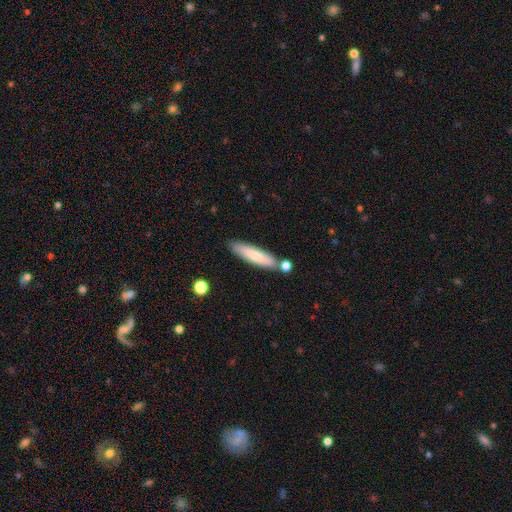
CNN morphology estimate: Q: Smooth or featured?
A: smooth (72%); runner-up: featured or disk (21%)
Q: How rounded?
A: cigar-shaped (77%); runner-up: in between (21%)
Q: Merging?
A: none (74%); runner-up: minor disturbance (13%)